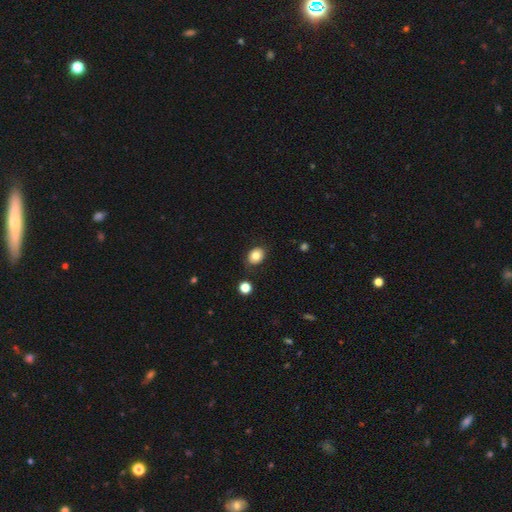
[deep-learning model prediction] Smooth or featured? Predicted: smooth (p=0.80). How rounded? Predicted: in between (p=0.53). Merging? Predicted: none (p=0.81).